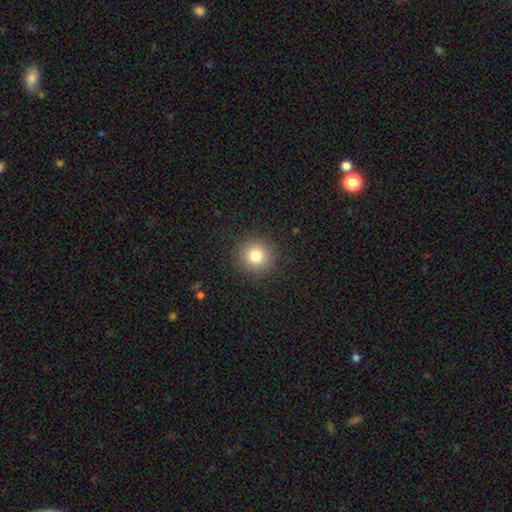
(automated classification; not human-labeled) Smooth or featured? smooth (80%)
How rounded? round (94%)
Merging? none (91%)